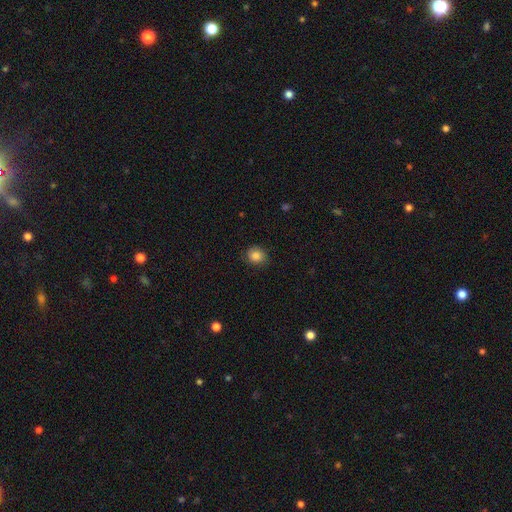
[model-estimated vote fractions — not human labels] The model was most divided on "how rounded": round: 76%, in between: 23%, cigar-shaped: 1%. More confident: smooth or featured — smooth (85%); merging — none (81%).